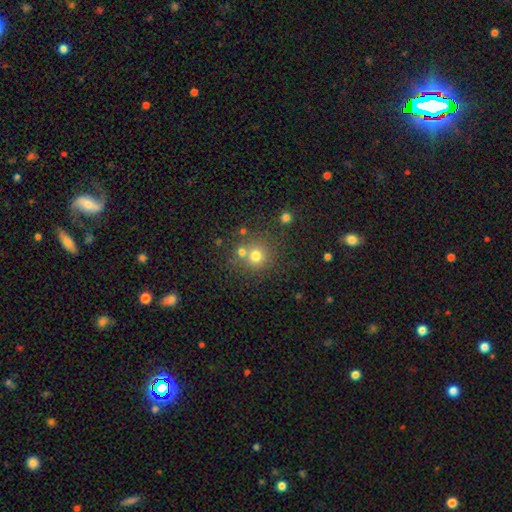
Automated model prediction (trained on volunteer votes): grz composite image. It shows a smooth galaxy with no disk features (73%) that is round (91%). Merging: none (65%).